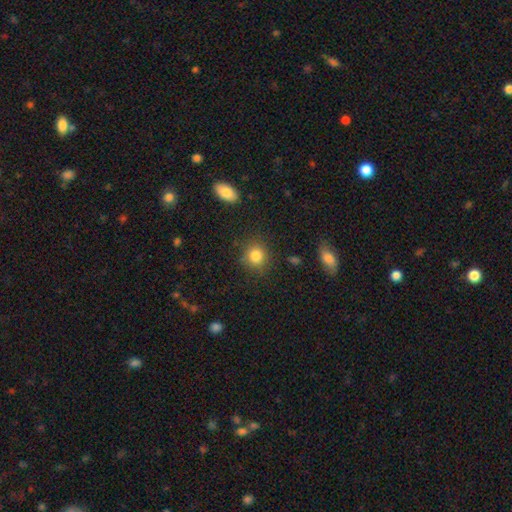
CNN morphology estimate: A smooth galaxy with no disk features (84%) that is round (85%).

Vote fractions:
- Smooth or featured? smooth: 84% / star or artifact: 11% / featured or disk: 6%
- How rounded? round: 85% / in between: 13% / cigar-shaped: 1%
- Merging? none: 84% / minor disturbance: 10% / major disturbance: 3% / merger: 2%